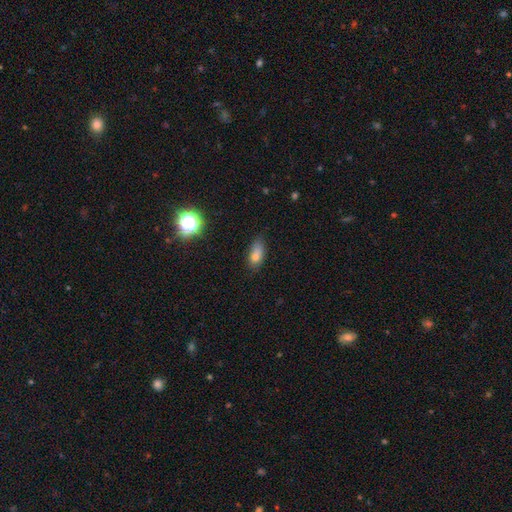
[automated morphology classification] A smooth galaxy with no disk features (76%) that is in between round and cigar-shaped (82%).

Vote fractions:
- Smooth or featured? smooth: 76% / star or artifact: 13% / featured or disk: 11%
- How rounded? in between: 82% / cigar-shaped: 10% / round: 8%
- Merging? none: 60% / minor disturbance: 29% / major disturbance: 8% / merger: 4%